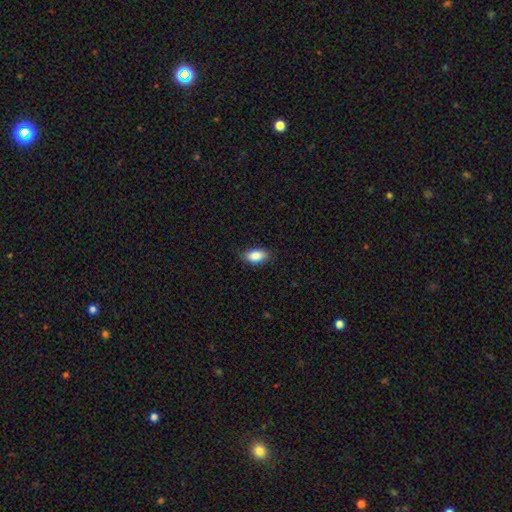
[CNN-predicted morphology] Smooth or featured?
  - smooth: 88% *
  - star or artifact: 7%
  - featured or disk: 5%
How rounded?
  - in between: 91% *
  - round: 4%
  - cigar-shaped: 4%
Merging?
  - none: 85% *
  - minor disturbance: 12%
  - major disturbance: 2%
  - merger: 1%